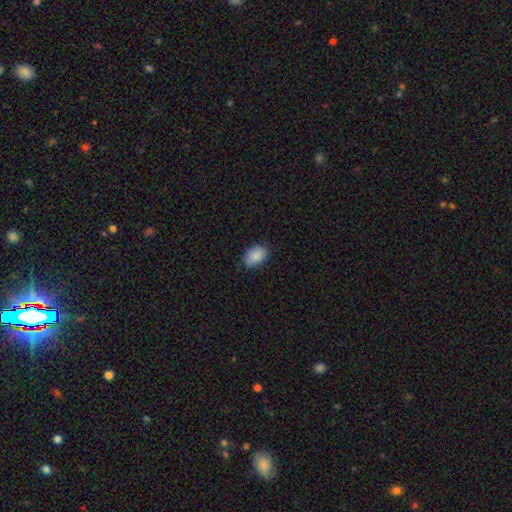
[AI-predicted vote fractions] A smooth galaxy with no disk features (89%) that is in between round and cigar-shaped (85%). Merging: none (78%).